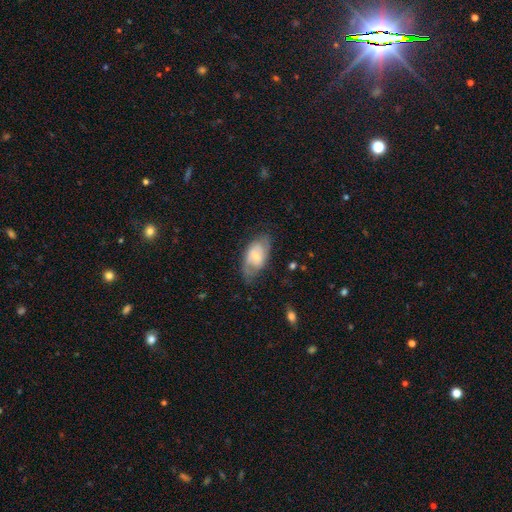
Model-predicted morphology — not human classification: type=featured or disk (57%); edge-on=no (93%); bar=no (48%); spiral arms=yes (78%); bulge=small (52%); merging=none (62%).